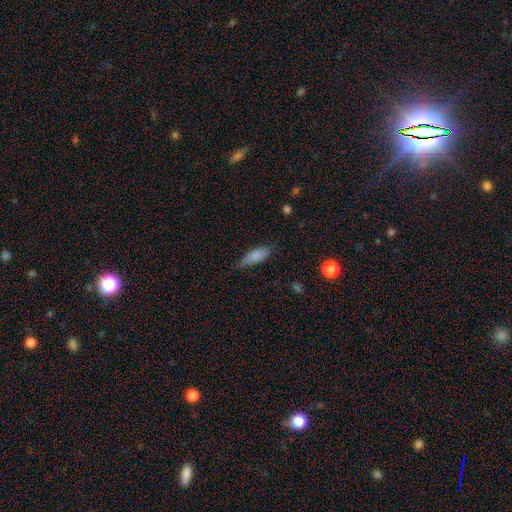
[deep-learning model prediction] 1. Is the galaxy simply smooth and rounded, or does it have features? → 82% smooth, 11% featured or disk, 7% star or artifact.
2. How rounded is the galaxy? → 68% in between, 30% cigar-shaped, 2% round.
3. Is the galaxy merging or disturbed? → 66% none, 27% minor disturbance, 6% major disturbance, 2% merger.